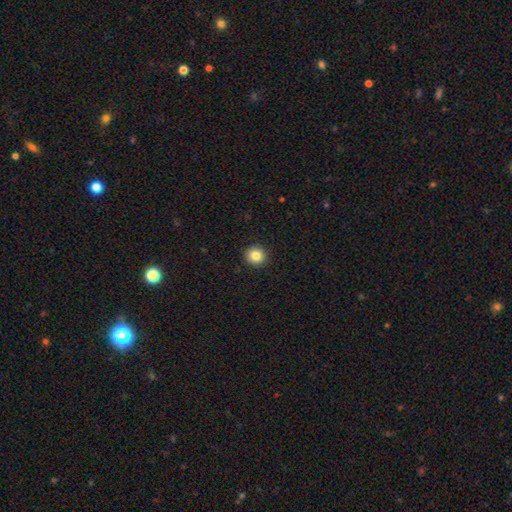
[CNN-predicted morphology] Smooth or featured: smooth — 84% (star or artifact — 10%)
How rounded: round — 91% (in between — 8%)
Merging: none — 93% (minor disturbance — 5%)